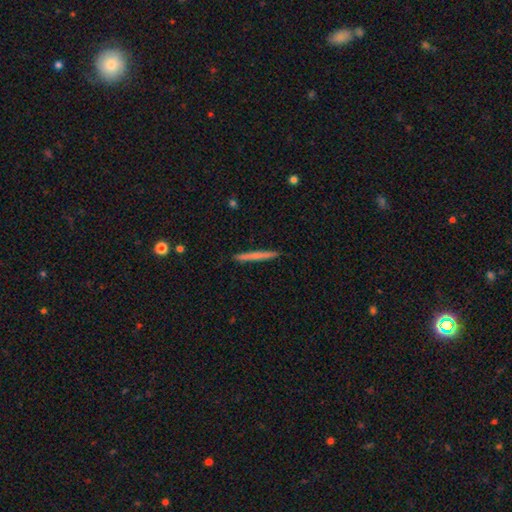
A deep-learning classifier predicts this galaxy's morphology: Smooth or featured? smooth (66%)
How rounded? cigar-shaped (97%)
Merging? none (92%)